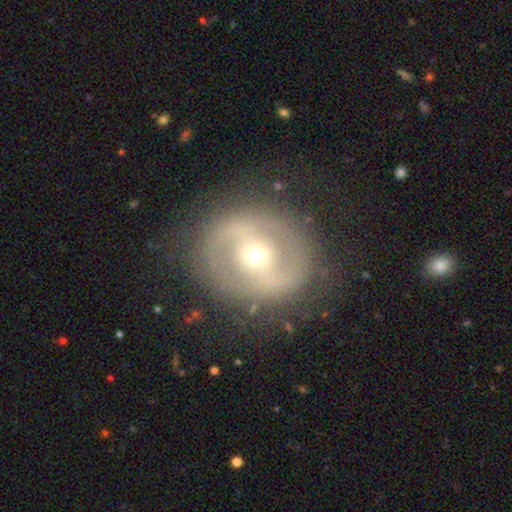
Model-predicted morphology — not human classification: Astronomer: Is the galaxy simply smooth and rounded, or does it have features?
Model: featured or disk — 70%.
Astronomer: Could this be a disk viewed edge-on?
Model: no — 95%.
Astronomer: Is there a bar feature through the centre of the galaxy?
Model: no — 40% (runner-up: weak, 32%).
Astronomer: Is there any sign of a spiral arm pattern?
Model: no — 53% (runner-up: yes, 47%).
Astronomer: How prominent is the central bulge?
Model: small — 48% (runner-up: moderate, 47%).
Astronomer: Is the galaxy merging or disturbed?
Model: none — 80%.